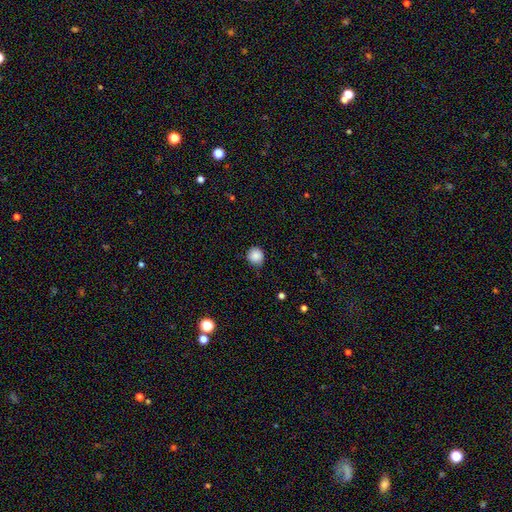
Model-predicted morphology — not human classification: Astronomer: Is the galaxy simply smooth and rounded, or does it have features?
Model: smooth — 87%.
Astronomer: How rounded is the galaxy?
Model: round — 90%.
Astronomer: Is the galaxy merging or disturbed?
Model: none — 74%.